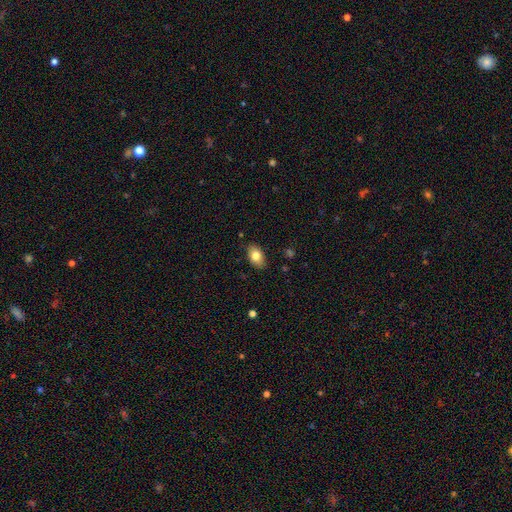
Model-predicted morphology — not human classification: The model was most divided on "smooth or featured": smooth: 80%, featured or disk: 12%, star or artifact: 8%. More confident: how rounded — in between (89%); merging — none (85%).